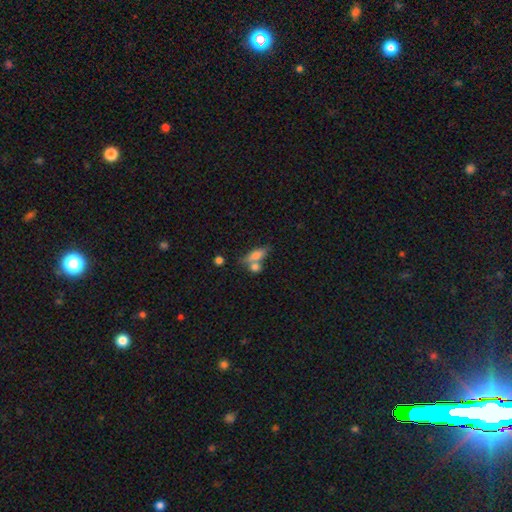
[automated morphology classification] Smooth or featured: smooth — 69% (featured or disk — 22%)
How rounded: in between — 64% (cigar-shaped — 29%)
Merging: none — 43% (merger — 40%)